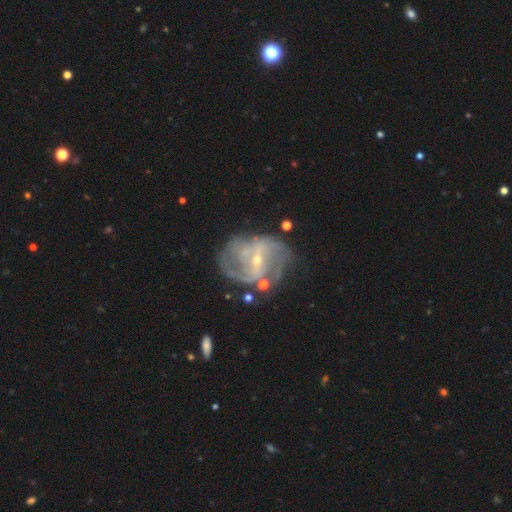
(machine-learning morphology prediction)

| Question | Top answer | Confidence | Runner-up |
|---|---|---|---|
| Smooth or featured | featured or disk | 84% | star or artifact (8%) |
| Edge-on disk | no | 97% | yes (3%) |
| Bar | weak | 46% | strong (29%) |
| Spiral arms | yes | 91% | no (9%) |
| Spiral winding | medium | 44% | loose (28%) |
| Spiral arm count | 2 | 46% | can't tell (24%) |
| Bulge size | small | 76% | moderate (20%) |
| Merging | none | 61% | minor disturbance (20%) |